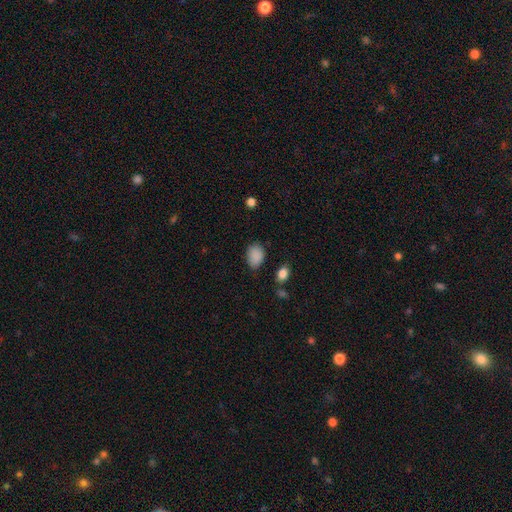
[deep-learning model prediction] Smooth or featured? smooth (88%)
How rounded? in between (76%)
Merging? none (74%)